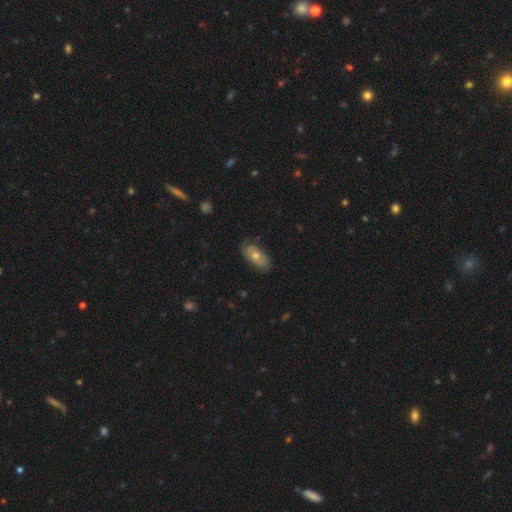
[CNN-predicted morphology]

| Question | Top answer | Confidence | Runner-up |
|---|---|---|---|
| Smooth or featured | smooth | 49% | featured or disk (42%) |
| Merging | none | 78% | minor disturbance (17%) |